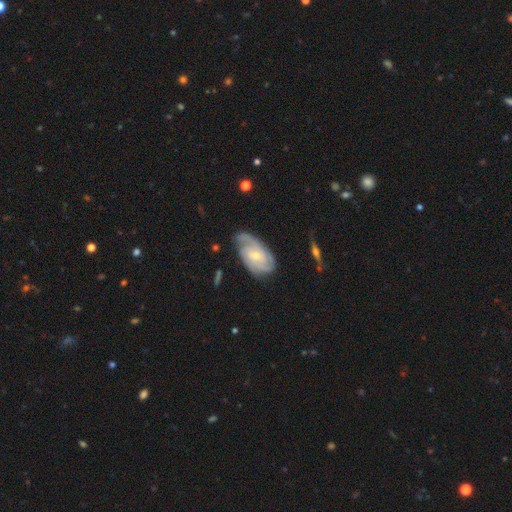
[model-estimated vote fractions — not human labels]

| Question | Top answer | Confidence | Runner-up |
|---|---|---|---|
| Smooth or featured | featured or disk | 81% | smooth (15%) |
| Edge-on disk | no | 96% | yes (4%) |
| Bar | no | 58% | weak (35%) |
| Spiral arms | yes | 94% | no (6%) |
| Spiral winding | tight | 57% | medium (33%) |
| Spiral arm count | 2 | 32% | can't tell (28%) |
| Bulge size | small | 61% | moderate (35%) |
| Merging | none | 65% | minor disturbance (24%) |